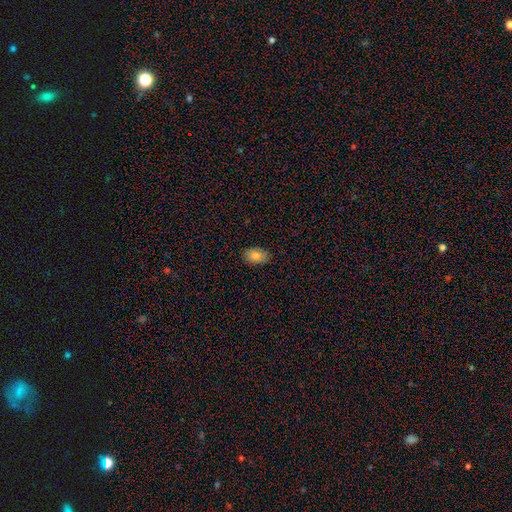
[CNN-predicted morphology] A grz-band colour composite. It shows a smooth galaxy with no disk features (83%) that is in between round and cigar-shaped (88%). Merging: none (87%).